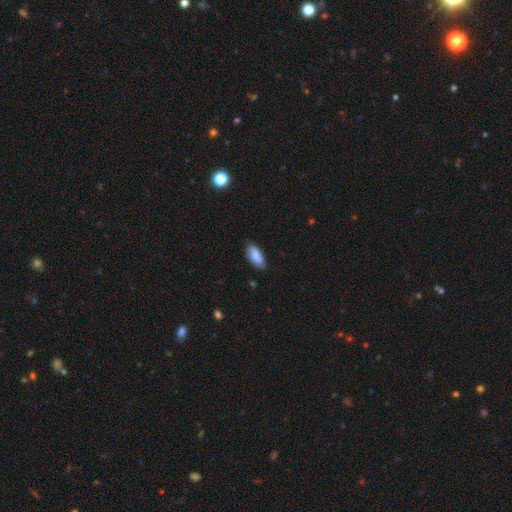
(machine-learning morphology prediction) Smooth or featured? smooth (85%)
How rounded? in between (88%)
Merging? none (77%)